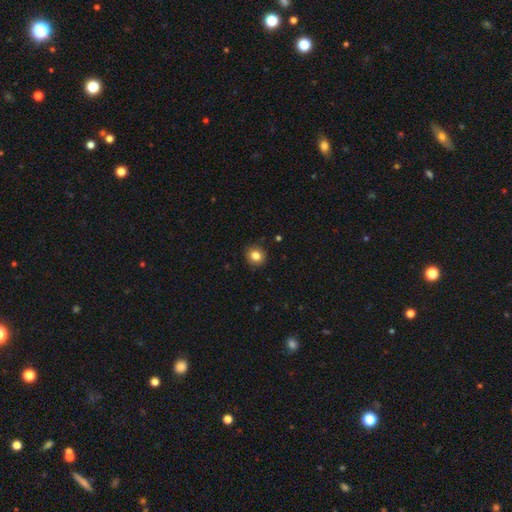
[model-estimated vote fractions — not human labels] smooth-or-featured: smooth: 83% | star or artifact: 11% | featured or disk: 6%
  how-rounded: round: 86% | in between: 13% | cigar-shaped: 1%
  merging: none: 90% | minor disturbance: 7% | major disturbance: 2% | merger: 1%